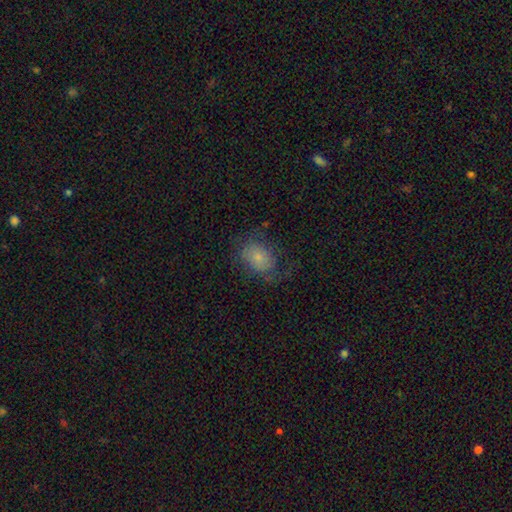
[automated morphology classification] This appears to be a smooth galaxy with no disk features (60%) that is in between round and cigar-shaped (65%). Merging: none (57%).